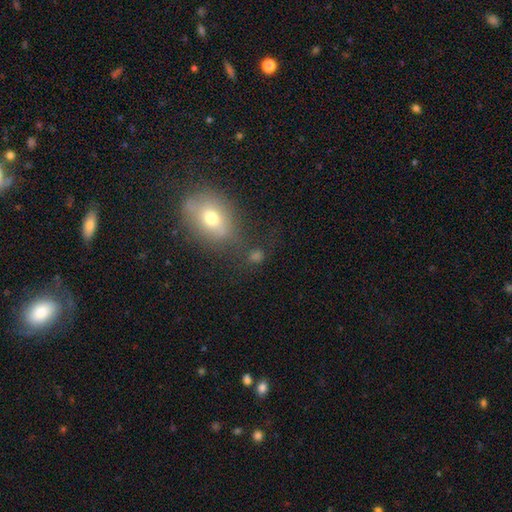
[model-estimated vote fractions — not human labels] Smooth or featured? smooth (59%)
How rounded? round (51%)
Merging? none (61%)